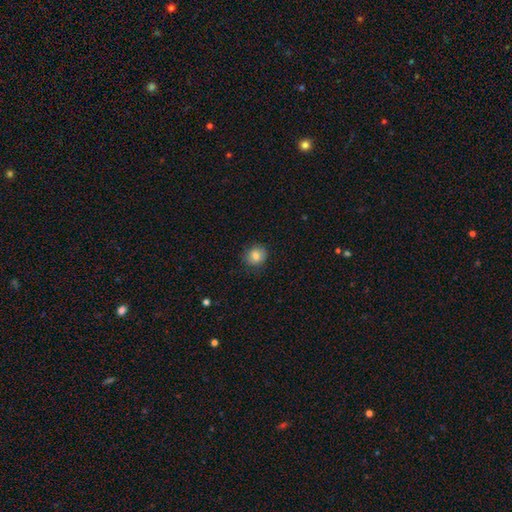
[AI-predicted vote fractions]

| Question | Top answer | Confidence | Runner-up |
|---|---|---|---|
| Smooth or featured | smooth | 82% | star or artifact (10%) |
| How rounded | round | 78% | in between (21%) |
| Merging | none | 84% | minor disturbance (12%) |